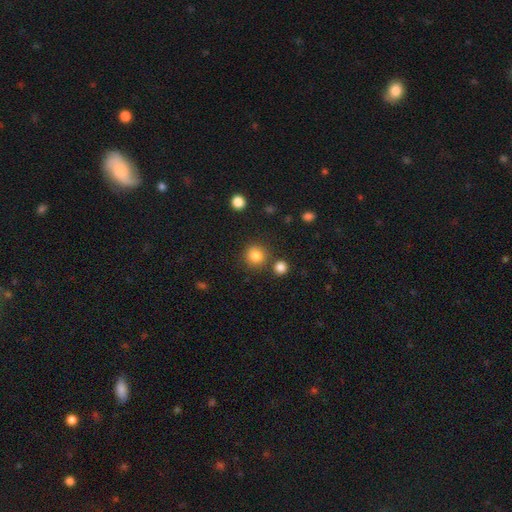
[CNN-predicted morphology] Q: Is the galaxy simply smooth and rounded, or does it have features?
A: smooth — 84%.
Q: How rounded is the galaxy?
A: round — 91%.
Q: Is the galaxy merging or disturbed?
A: none — 81%.